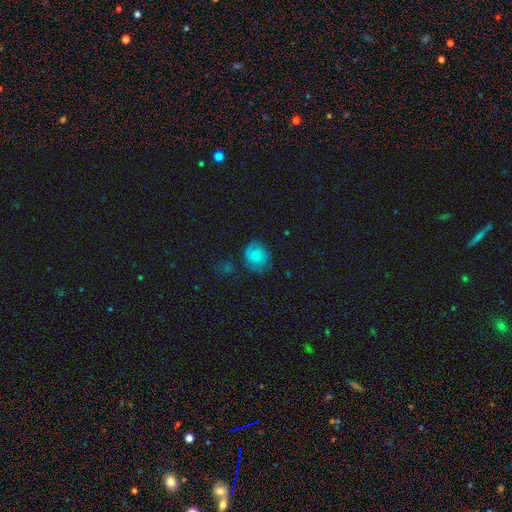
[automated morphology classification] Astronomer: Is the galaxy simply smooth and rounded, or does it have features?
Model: smooth — 79%.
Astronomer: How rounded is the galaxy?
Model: round — 65%.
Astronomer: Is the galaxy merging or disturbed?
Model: none — 71%.